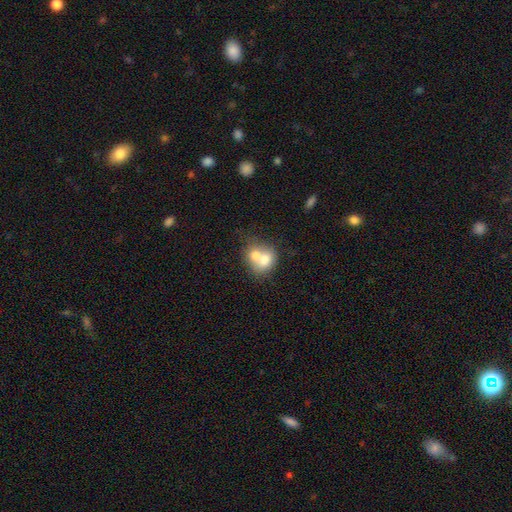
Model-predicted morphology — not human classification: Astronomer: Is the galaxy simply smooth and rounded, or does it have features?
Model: smooth — 67%.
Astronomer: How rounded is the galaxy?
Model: round — 64%.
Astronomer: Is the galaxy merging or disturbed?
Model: merger — 71%.